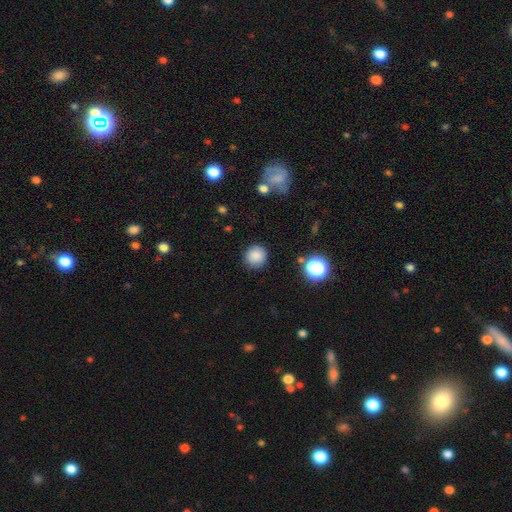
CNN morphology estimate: Overall: smooth (85%). How rounded: round (90%). Merging: none (88%).